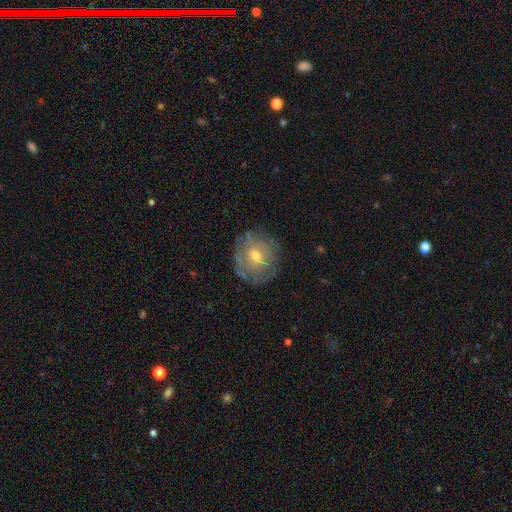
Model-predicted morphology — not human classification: This appears to be a featured or disk galaxy (50%). Merging: none (73%).